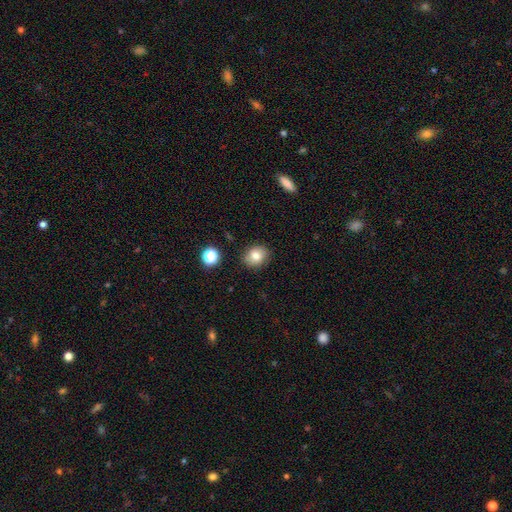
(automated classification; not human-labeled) A smooth galaxy with no disk features (78%) that is round (66%).

Vote fractions:
- Smooth or featured? smooth: 78% / star or artifact: 11% / featured or disk: 11%
- How rounded? round: 66% / in between: 33% / cigar-shaped: 1%
- Merging? none: 85% / minor disturbance: 11% / major disturbance: 3% / merger: 2%